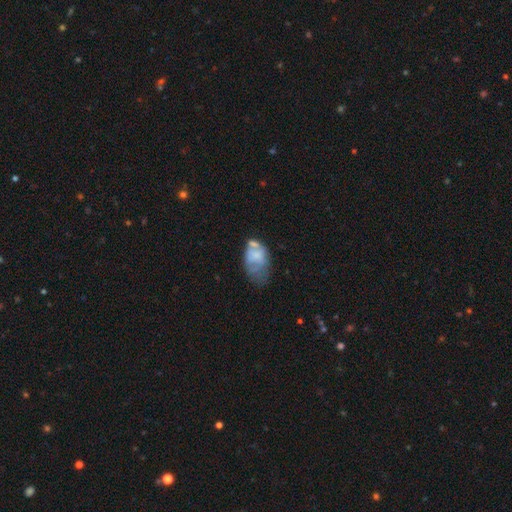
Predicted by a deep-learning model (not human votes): The model was most divided on "merging": major disturbance: 33%, minor disturbance: 29%, none: 22%, merger: 16%. More confident: how rounded — in between (87%); smooth or featured — smooth (52%).